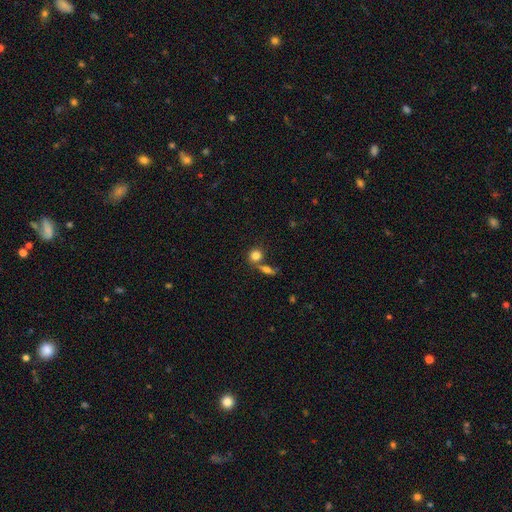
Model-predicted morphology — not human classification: smooth 81%, star or artifact 10%, featured or disk 9%. Down the decision tree: how rounded — round (76%); merging — none (51%).